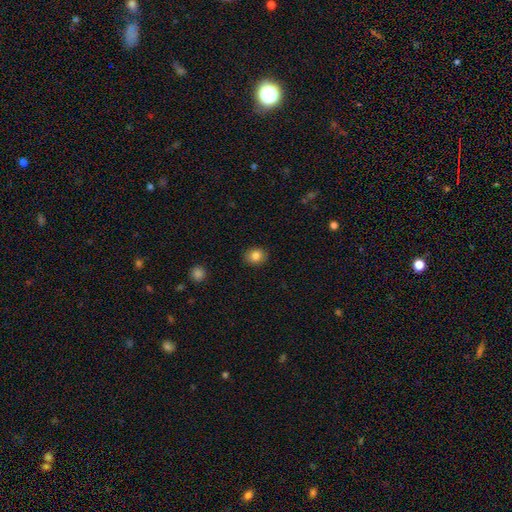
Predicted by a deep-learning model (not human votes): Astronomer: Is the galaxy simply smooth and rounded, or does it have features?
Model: smooth — 83%.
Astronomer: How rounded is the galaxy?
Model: round — 66%.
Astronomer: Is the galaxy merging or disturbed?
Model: none — 88%.